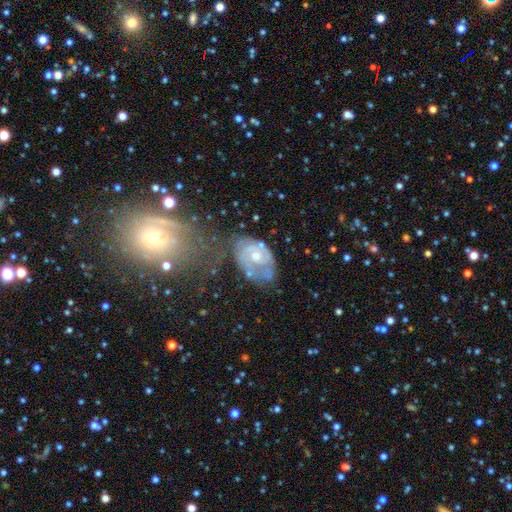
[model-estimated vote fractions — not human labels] A featured or disk galaxy (77%) with no bar (72%), tight (60%) spiral arms (80%) and a small central bulge (50%). Merging: none (47%).